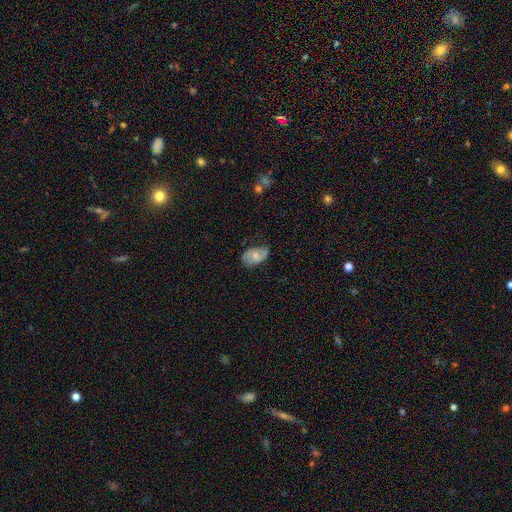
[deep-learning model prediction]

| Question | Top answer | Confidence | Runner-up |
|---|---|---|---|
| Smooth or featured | smooth | 47% | featured or disk (45%) |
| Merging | none | 61% | minor disturbance (29%) |